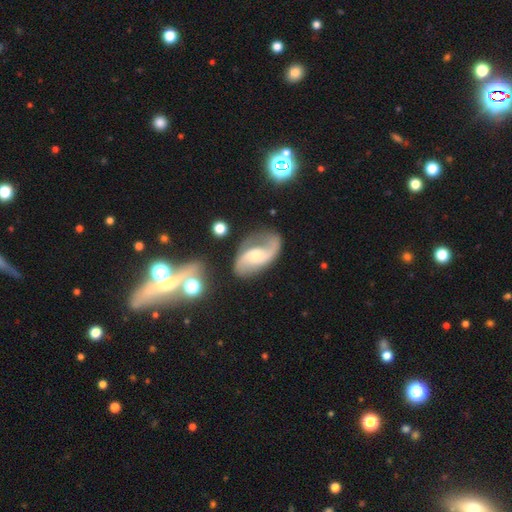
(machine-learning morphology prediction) The model was most divided on "spiral winding": loose: 47%, medium: 40%, tight: 12%. Remaining: edge-on disk — no (96%); spiral arms — yes (95%); smooth or featured — featured or disk (84%); spiral arm count — 2 (81%); merging — none (63%); bar — no (49%); bulge size — moderate (49%).